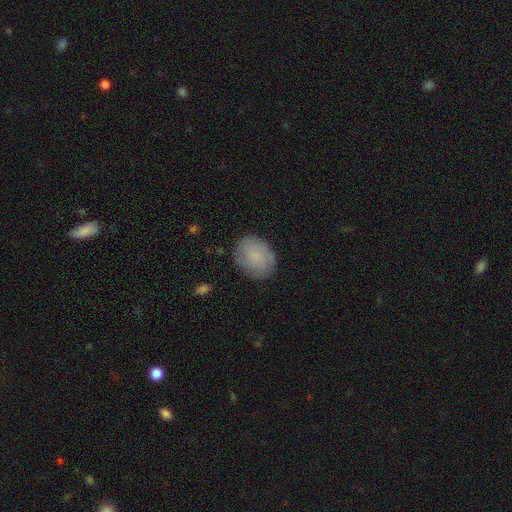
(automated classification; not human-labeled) Smooth or featured: smooth — 72% (featured or disk — 20%)
How rounded: round — 53% (in between — 46%)
Merging: none — 80% (minor disturbance — 15%)